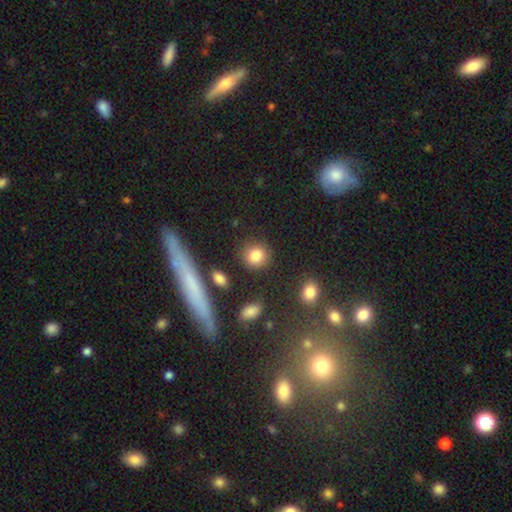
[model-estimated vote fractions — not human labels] Smooth or featured: smooth — 83% (star or artifact — 9%)
How rounded: round — 79% (in between — 20%)
Merging: none — 84% (minor disturbance — 10%)